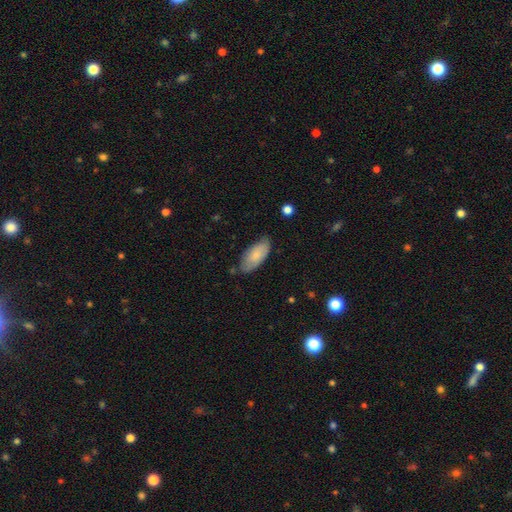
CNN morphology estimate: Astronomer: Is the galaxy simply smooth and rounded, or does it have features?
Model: smooth — 78%.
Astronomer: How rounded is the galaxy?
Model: in between — 89%.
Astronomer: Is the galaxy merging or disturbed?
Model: none — 71%.